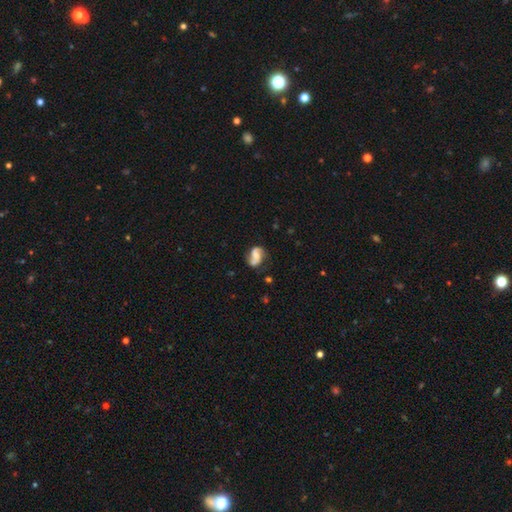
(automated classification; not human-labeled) smooth-or-featured: featured or disk: 66% | smooth: 26% | star or artifact: 8%
  disk-edge-on: no: 97% | yes: 3%
    bar: no: 51% | weak: 34% | strong: 15%
    has-spiral-arms: yes: 89% | no: 11%
      spiral-winding: loose: 49% | medium: 36% | tight: 14%
      spiral-arm-count: 2: 86% | 1: 6% | can't tell: 5% | 3: 1% | 4: 1% | more than 4: 1%
    bulge-size: small: 31% | moderate: 30% | none: 26% | large: 10% | dominant: 3%
  merging: none: 59% | minor disturbance: 22% | major disturbance: 11% | merger: 8%